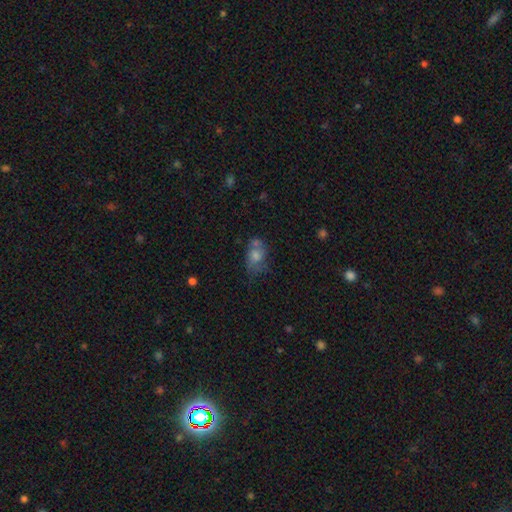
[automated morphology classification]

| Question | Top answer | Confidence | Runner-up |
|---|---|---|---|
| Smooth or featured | smooth | 58% | featured or disk (29%) |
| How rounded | in between | 72% | round (25%) |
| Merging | none | 44% | minor disturbance (25%) |